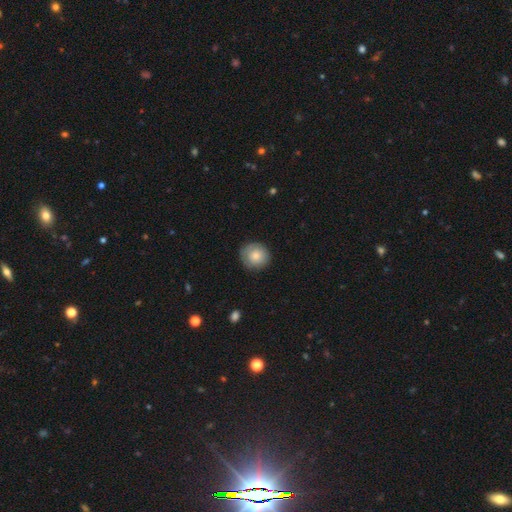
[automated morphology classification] A smooth galaxy with no disk features (77%) that is round (91%). Merging: none (83%).